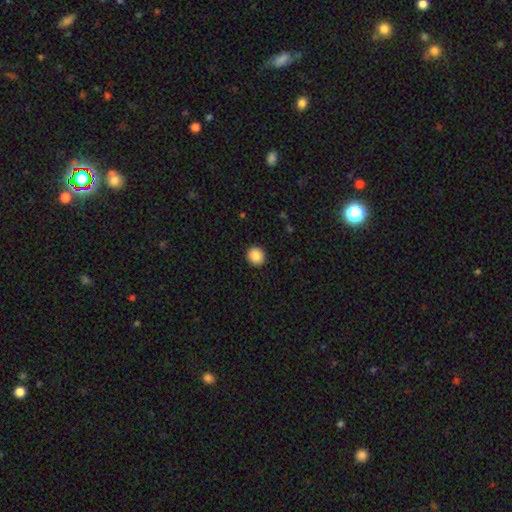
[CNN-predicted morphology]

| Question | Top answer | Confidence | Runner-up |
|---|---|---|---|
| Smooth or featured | smooth | 88% | star or artifact (9%) |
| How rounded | round | 91% | in between (8%) |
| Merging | none | 93% | minor disturbance (5%) |